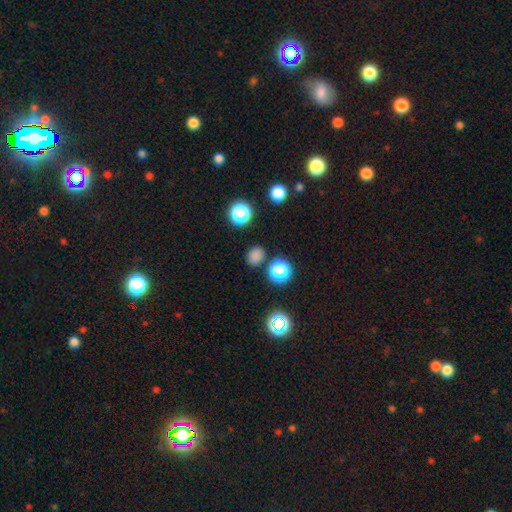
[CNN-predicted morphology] Smooth or featured?
  - smooth: 76% *
  - star or artifact: 20%
  - featured or disk: 4%
How rounded?
  - round: 62% *
  - in between: 37%
  - cigar-shaped: 1%
Merging?
  - none: 85% *
  - minor disturbance: 9%
  - merger: 4%
  - major disturbance: 3%